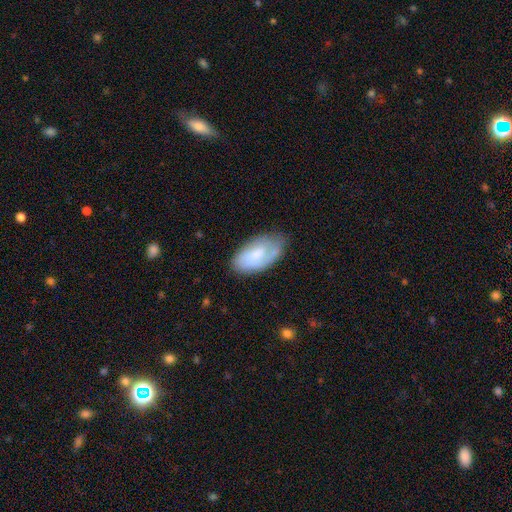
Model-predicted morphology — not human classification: A smooth galaxy with no disk features (60%) that is in between round and cigar-shaped (94%). Merging: none (62%).